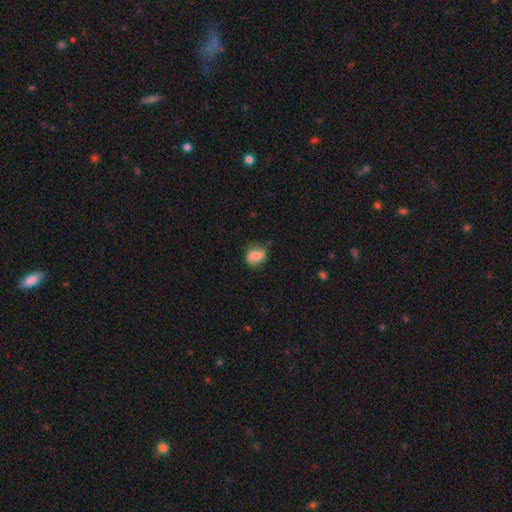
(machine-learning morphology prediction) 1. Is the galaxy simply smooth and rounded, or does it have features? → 78% smooth, 13% featured or disk, 9% star or artifact.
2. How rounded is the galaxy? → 52% round, 47% in between, 1% cigar-shaped.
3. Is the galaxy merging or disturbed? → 63% none, 27% minor disturbance, 8% major disturbance, 3% merger.